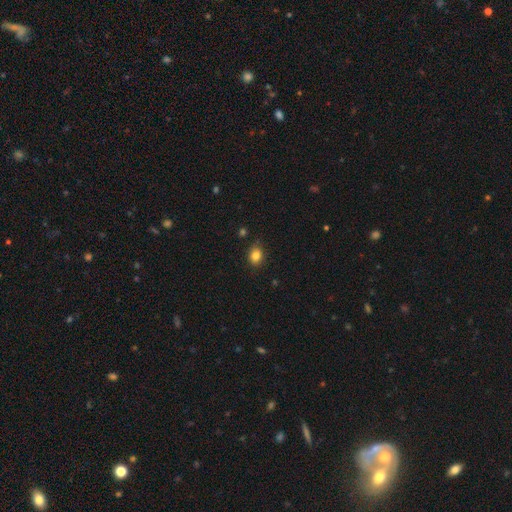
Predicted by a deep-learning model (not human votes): This is clearly a smooth galaxy (83%). How rounded: possibly in between (52%). Merging: clearly none (80%).